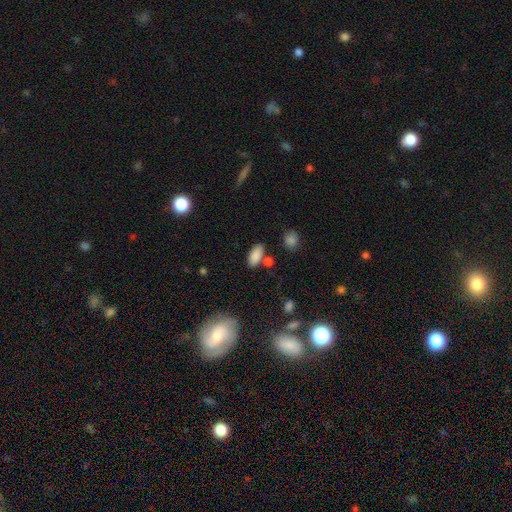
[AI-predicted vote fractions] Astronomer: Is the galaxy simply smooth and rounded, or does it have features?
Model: smooth — 86%.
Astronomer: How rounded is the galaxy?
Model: in between — 90%.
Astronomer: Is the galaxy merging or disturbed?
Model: none — 74%.